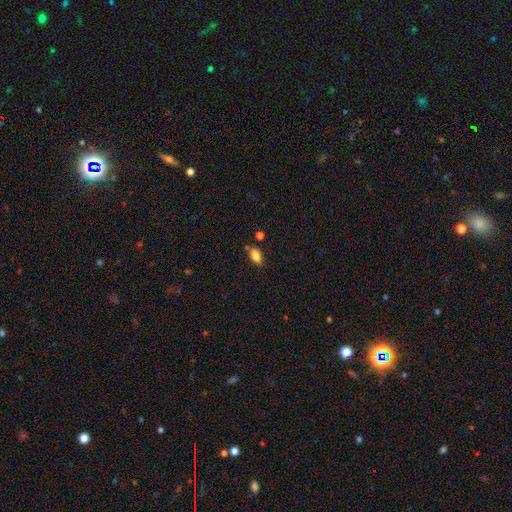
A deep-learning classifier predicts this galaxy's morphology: Smooth or featured?
  - smooth: 82% *
  - star or artifact: 9%
  - featured or disk: 9%
How rounded?
  - in between: 88% *
  - cigar-shaped: 6%
  - round: 6%
Merging?
  - none: 72% *
  - minor disturbance: 16%
  - merger: 8%
  - major disturbance: 4%